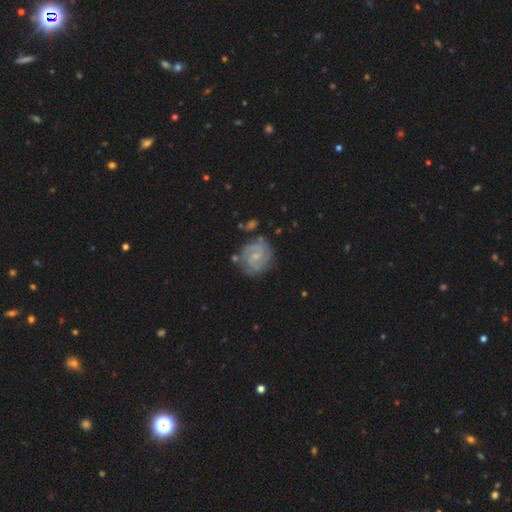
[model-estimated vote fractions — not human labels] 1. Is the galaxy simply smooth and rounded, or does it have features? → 83% featured or disk, 11% smooth, 6% star or artifact.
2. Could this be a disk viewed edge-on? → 98% no, 2% yes.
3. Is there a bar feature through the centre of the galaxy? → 48% no, 45% weak, 8% strong.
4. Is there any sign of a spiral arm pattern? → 96% yes, 4% no.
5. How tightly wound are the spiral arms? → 56% tight, 37% medium, 8% loose.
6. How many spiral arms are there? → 63% 2, 14% 3, 13% can't tell, 4% 4, 3% 1, 3% more than 4.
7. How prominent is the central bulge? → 69% small, 23% moderate, 6% none, 1% large, 1% dominant.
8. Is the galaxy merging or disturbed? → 74% none, 17% minor disturbance, 5% major disturbance, 4% merger.